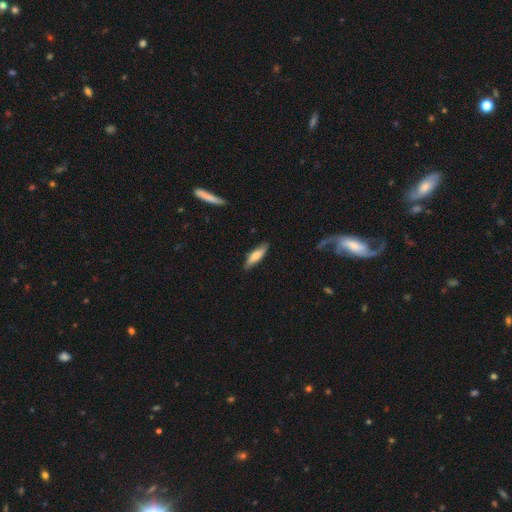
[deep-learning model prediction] Q: Smooth or featured?
A: smooth (69%); runner-up: featured or disk (25%)
Q: How rounded?
A: cigar-shaped (64%); runner-up: in between (34%)
Q: Merging?
A: none (82%); runner-up: minor disturbance (14%)